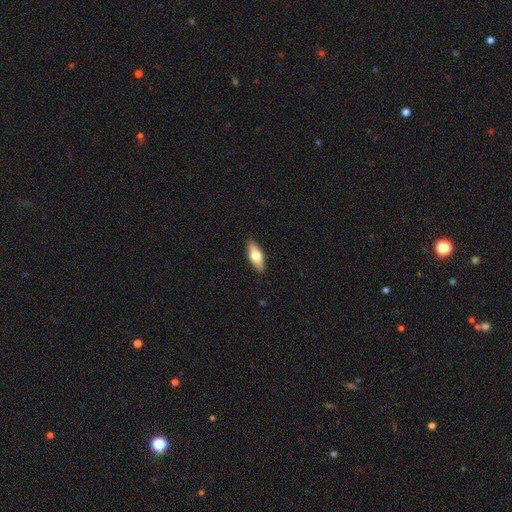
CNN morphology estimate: This is possibly a smooth galaxy (55%). How rounded: likely in between (67%). Merging: clearly none (89%).